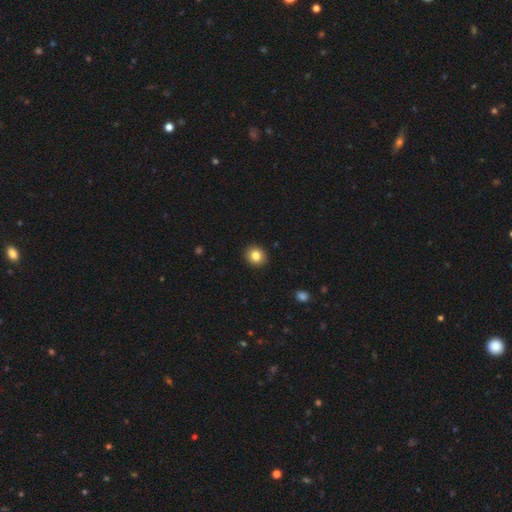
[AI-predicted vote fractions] The model was most divided on "how rounded": round: 82%, in between: 17%, cigar-shaped: 1%. More confident: merging — none (92%); smooth or featured — smooth (83%).